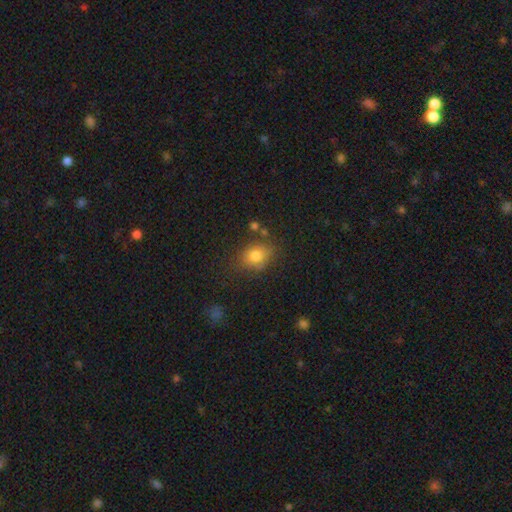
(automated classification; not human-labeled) The model was most divided on "how rounded": in between: 55%, round: 44%, cigar-shaped: 1%. More confident: smooth or featured — smooth (79%); merging — none (70%).